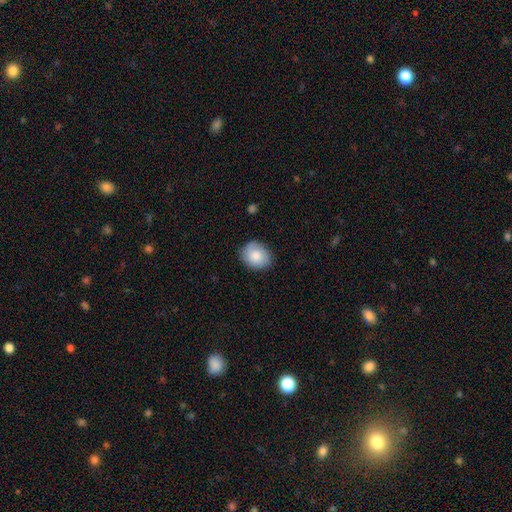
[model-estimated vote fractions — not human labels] Smooth or featured: smooth — 82% (featured or disk — 11%)
How rounded: round — 56% (in between — 43%)
Merging: none — 80% (minor disturbance — 16%)